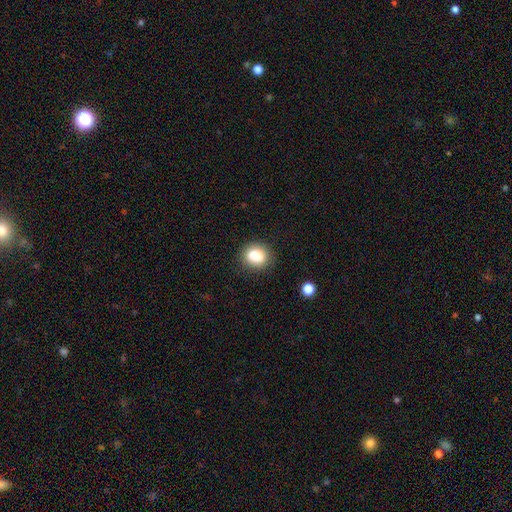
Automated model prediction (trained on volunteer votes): Smooth or featured? Predicted: smooth (p=0.84). How rounded? Predicted: round (p=0.67). Merging? Predicted: none (p=0.80).